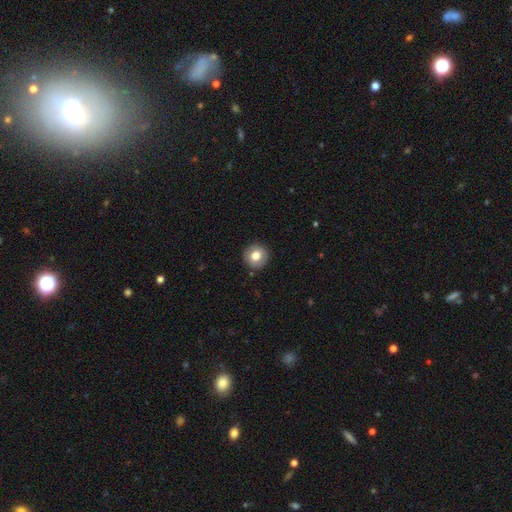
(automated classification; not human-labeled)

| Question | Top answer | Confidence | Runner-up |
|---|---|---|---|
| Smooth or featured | smooth | 78% | featured or disk (14%) |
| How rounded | round | 93% | in between (6%) |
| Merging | none | 91% | minor disturbance (6%) |